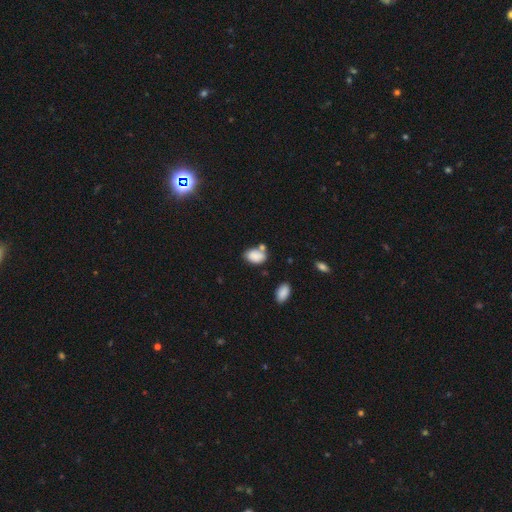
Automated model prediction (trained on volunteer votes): Overall: smooth (85%). How rounded: in between (87%). Merging: none (53%; merger 22%).